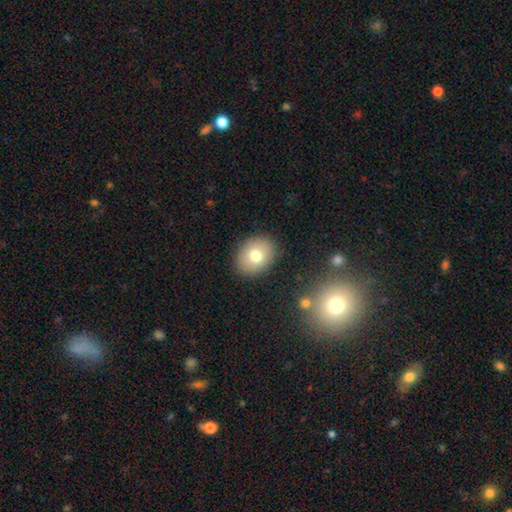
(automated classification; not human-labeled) smooth-or-featured: smooth: 75% | featured or disk: 15% | star or artifact: 10%
  how-rounded: in between: 54% | round: 45% | cigar-shaped: 1%
  merging: none: 88% | minor disturbance: 8% | major disturbance: 3% | merger: 2%